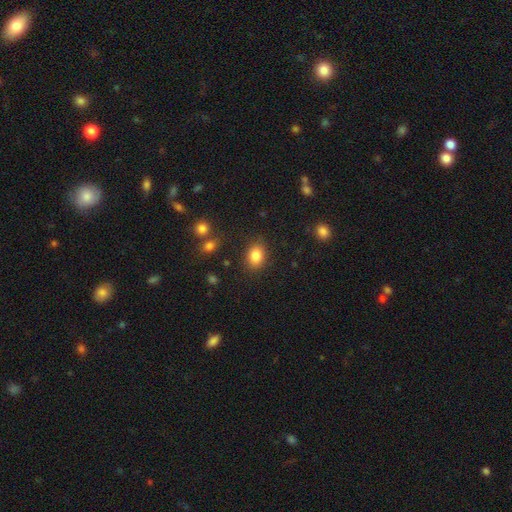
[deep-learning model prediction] This is clearly a smooth galaxy (85%). How rounded: likely in between (69%). Merging: clearly none (84%).